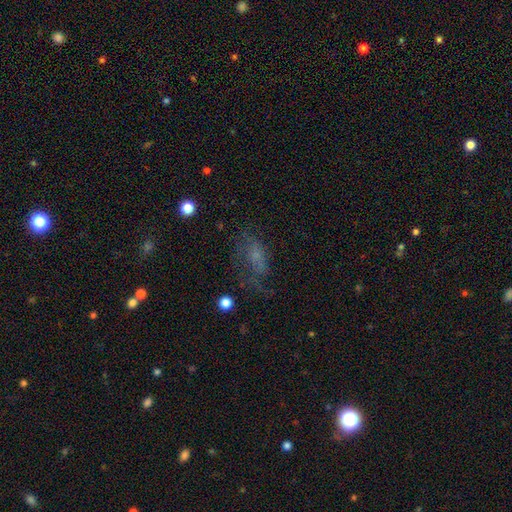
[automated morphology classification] smooth_or_featured: smooth (p=0.45) [alt: featured or disk p=0.37]
merging: none (p=0.40) [alt: major disturbance p=0.35]